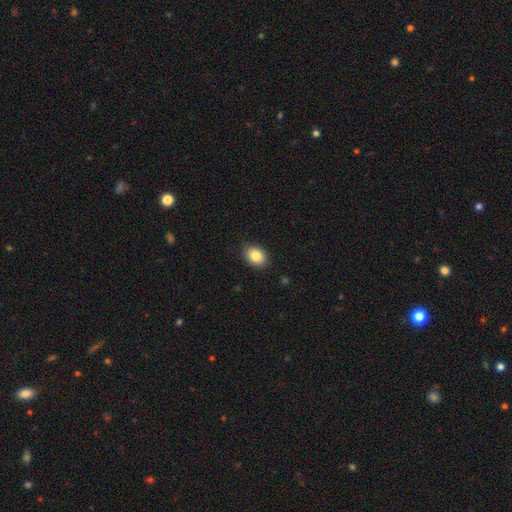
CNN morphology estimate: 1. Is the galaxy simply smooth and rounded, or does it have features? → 85% smooth, 8% star or artifact, 7% featured or disk.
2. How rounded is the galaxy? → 65% in between, 34% round, 1% cigar-shaped.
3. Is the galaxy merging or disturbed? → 86% none, 11% minor disturbance, 2% major disturbance, 1% merger.